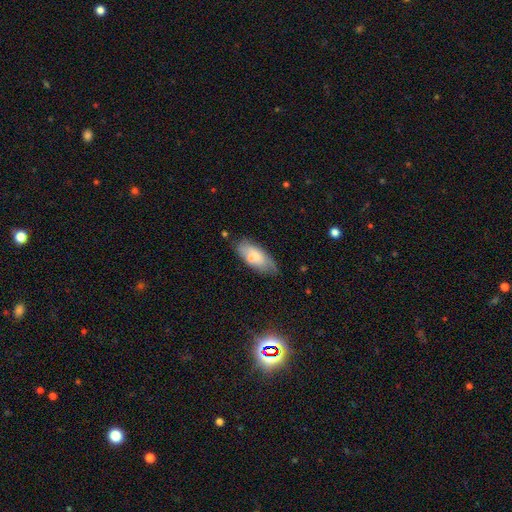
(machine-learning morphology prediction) This appears to be a smooth galaxy with no disk features (68%) that is in between round and cigar-shaped (83%). Merging: none (60%).